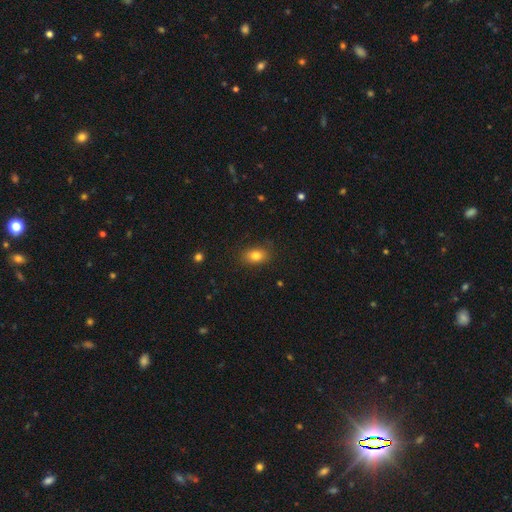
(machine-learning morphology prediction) smooth_or_featured: smooth (p=0.81) [alt: star or artifact p=0.10]
how_rounded: in between (p=0.81) [alt: round p=0.17]
merging: none (p=0.84) [alt: minor disturbance p=0.12]